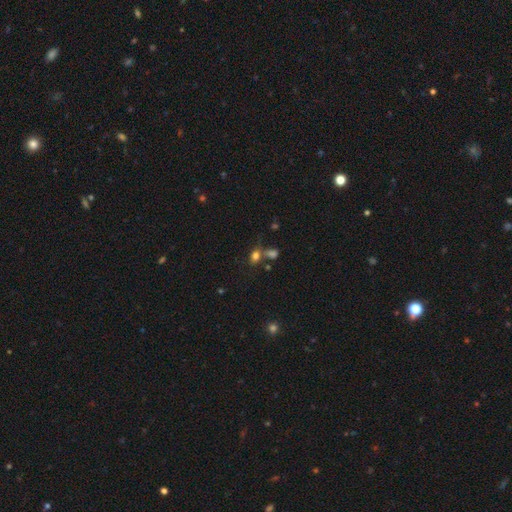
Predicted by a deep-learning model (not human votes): The model was most divided on "merging": none: 53%, merger: 27%, minor disturbance: 13%, major disturbance: 6%. More confident: smooth or featured — smooth (75%); how rounded — in between (68%).